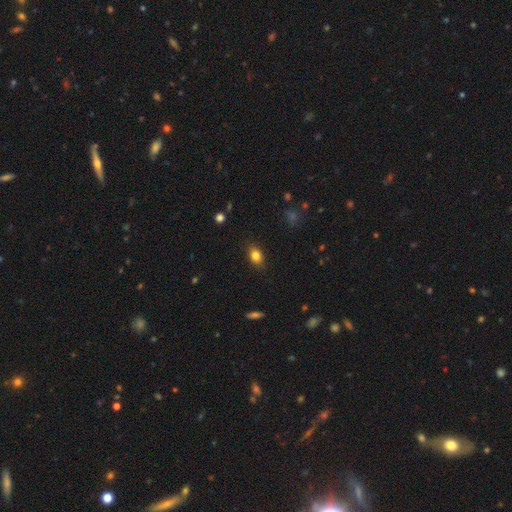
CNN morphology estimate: Q: Smooth or featured?
A: smooth (82%); runner-up: star or artifact (10%)
Q: How rounded?
A: in between (74%); runner-up: round (24%)
Q: Merging?
A: none (83%); runner-up: minor disturbance (13%)